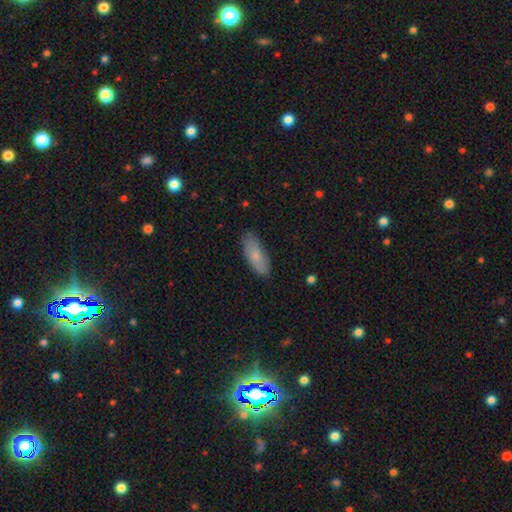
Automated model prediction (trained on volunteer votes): This is likely a smooth galaxy (77%). How rounded: likely in between (73%). Merging: clearly none (84%).